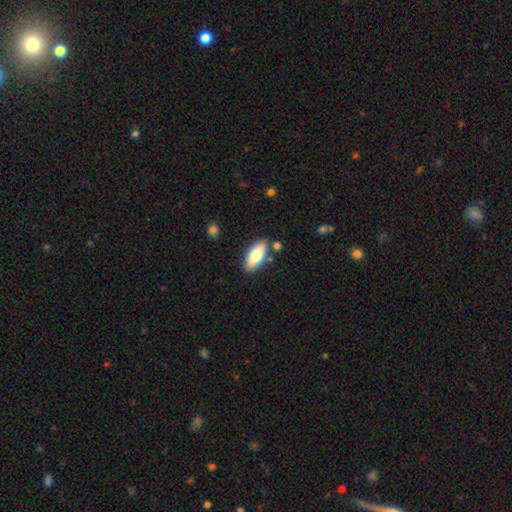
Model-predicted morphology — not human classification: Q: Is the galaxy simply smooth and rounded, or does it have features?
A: smooth — 78%.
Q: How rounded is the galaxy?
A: in between — 80%.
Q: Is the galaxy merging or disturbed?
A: none — 82%.